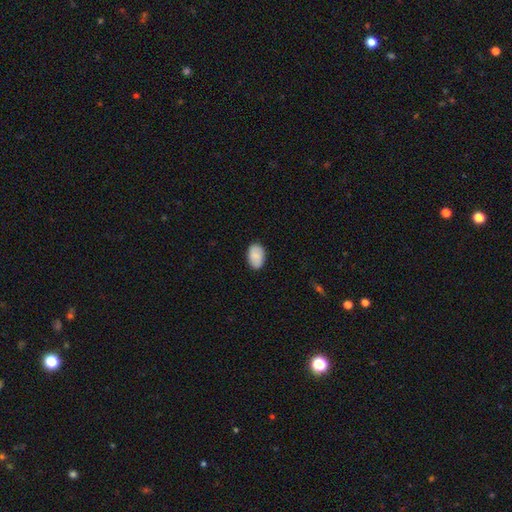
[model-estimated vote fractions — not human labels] Smooth or featured? smooth (85%)
How rounded? in between (90%)
Merging? none (85%)